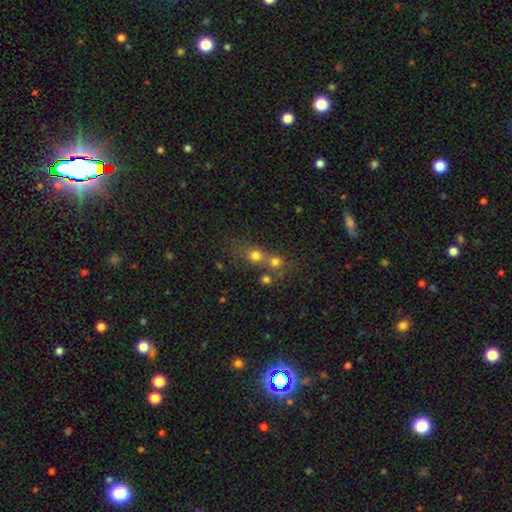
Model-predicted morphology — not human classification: Smooth or featured: smooth — 67% (star or artifact — 19%)
How rounded: round — 78% (in between — 20%)
Merging: merger — 50% (none — 38%)